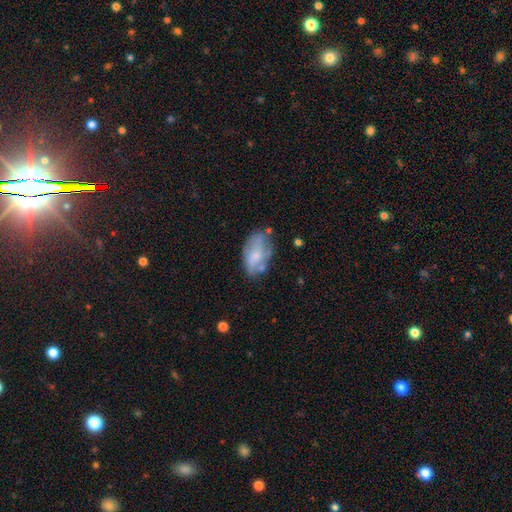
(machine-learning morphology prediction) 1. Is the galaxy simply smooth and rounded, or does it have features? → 49% smooth, 43% featured or disk, 8% star or artifact.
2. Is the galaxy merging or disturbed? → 54% none, 27% minor disturbance, 11% major disturbance, 7% merger.